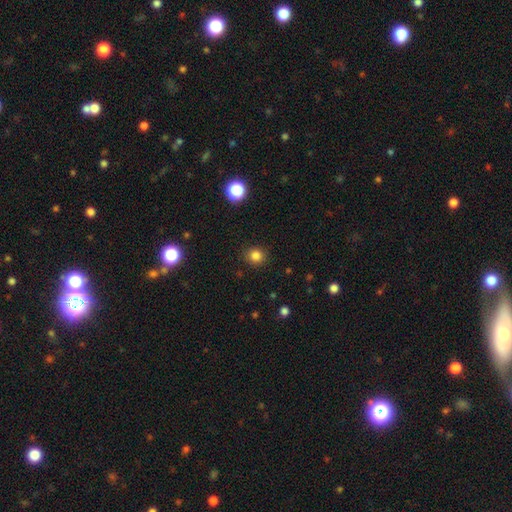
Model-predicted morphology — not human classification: Smooth or featured? Predicted: smooth (p=0.83). How rounded? Predicted: round (p=0.87). Merging? Predicted: none (p=0.90).